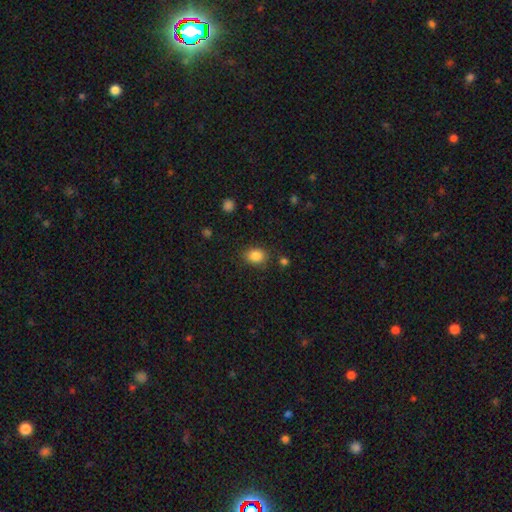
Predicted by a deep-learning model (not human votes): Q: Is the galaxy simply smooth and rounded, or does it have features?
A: smooth — 85%.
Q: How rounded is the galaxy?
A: in between — 57%.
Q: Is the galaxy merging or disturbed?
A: none — 81%.